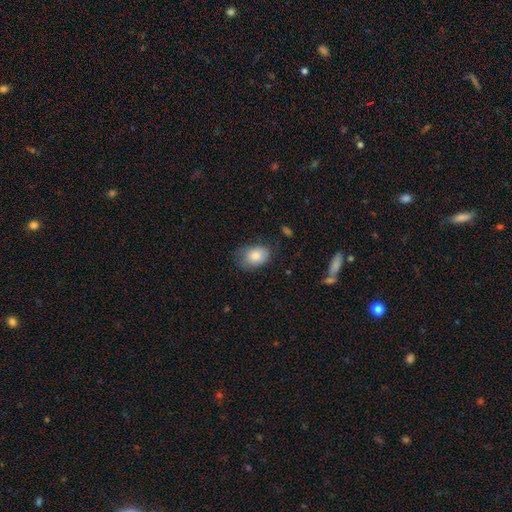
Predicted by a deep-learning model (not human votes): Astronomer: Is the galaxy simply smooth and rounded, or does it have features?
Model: smooth — 82%.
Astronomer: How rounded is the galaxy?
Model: in between — 83%.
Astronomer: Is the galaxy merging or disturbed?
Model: none — 58%.